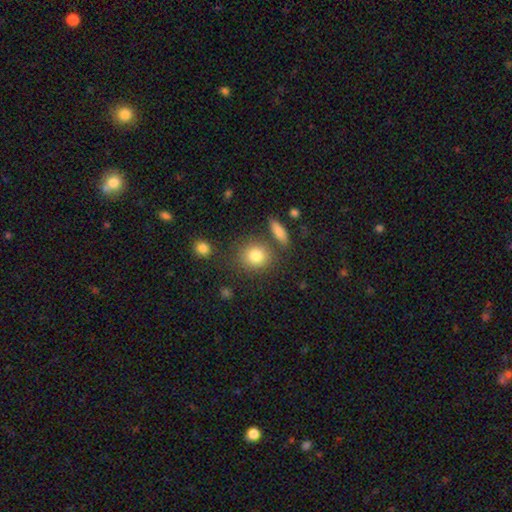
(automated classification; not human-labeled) A smooth galaxy with no disk features (82%) that is round (79%).

Vote fractions:
- Smooth or featured? smooth: 82% / star or artifact: 10% / featured or disk: 8%
- How rounded? round: 79% / in between: 20% / cigar-shaped: 2%
- Merging? none: 75% / minor disturbance: 11% / merger: 10% / major disturbance: 4%